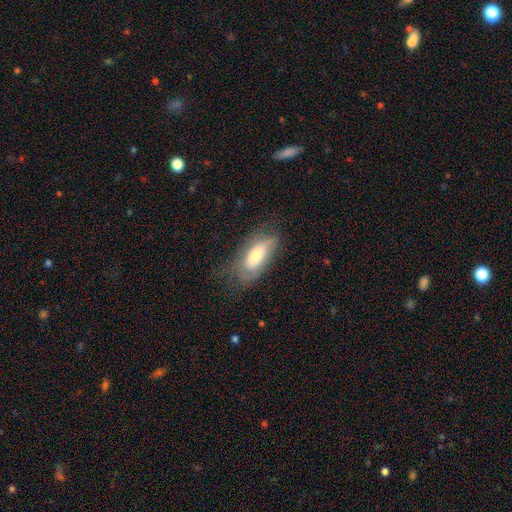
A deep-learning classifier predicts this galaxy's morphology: type=smooth (55%); roundness=in between (82%); merging=none (58%).